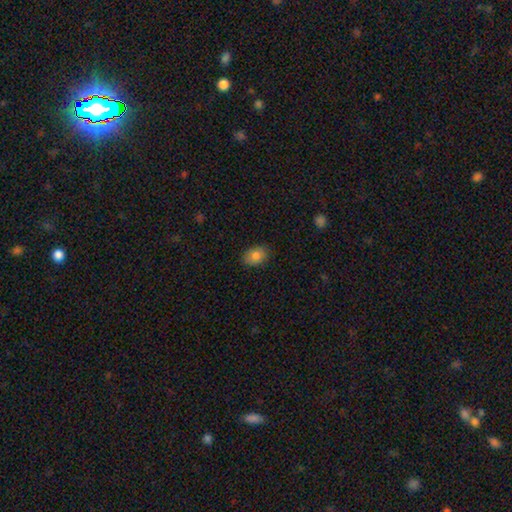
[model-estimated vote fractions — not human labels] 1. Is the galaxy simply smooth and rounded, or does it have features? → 83% smooth, 9% featured or disk, 8% star or artifact.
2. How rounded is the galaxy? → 79% in between, 20% round, 1% cigar-shaped.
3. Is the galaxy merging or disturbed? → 86% none, 11% minor disturbance, 2% major disturbance, 1% merger.